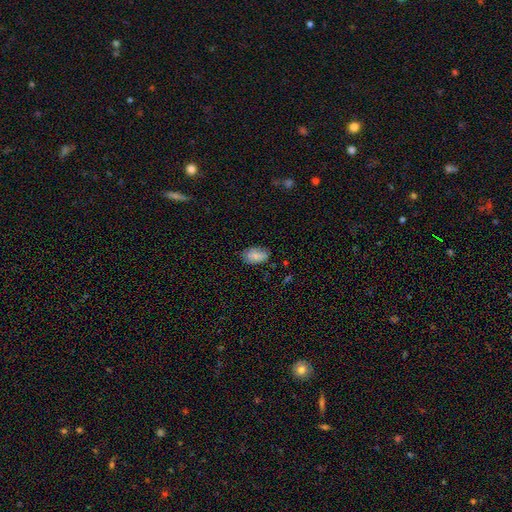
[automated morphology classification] Smooth or featured: smooth — 84% (featured or disk — 9%)
How rounded: in between — 92% (round — 6%)
Merging: none — 73% (minor disturbance — 21%)